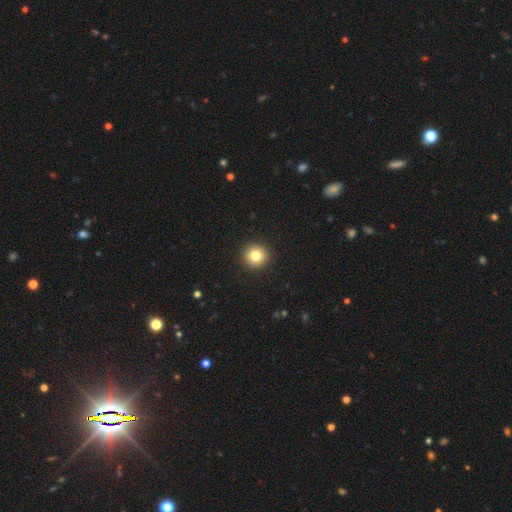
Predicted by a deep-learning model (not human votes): Morphology: type=smooth (82%); roundness=round (95%); merging=none (93%).